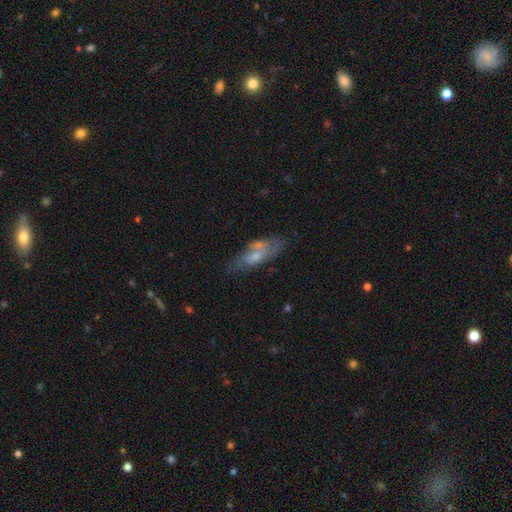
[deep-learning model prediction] This is possibly a featured or disk galaxy (50%). Merging: possibly none (56%).